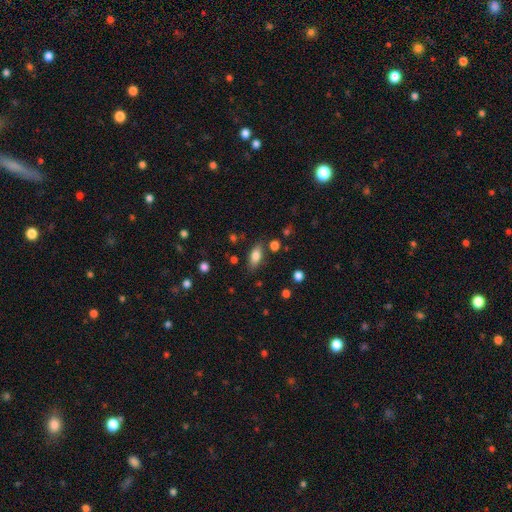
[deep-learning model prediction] Morphology: type=smooth (77%); roundness=in between (83%); merging=none (80%).